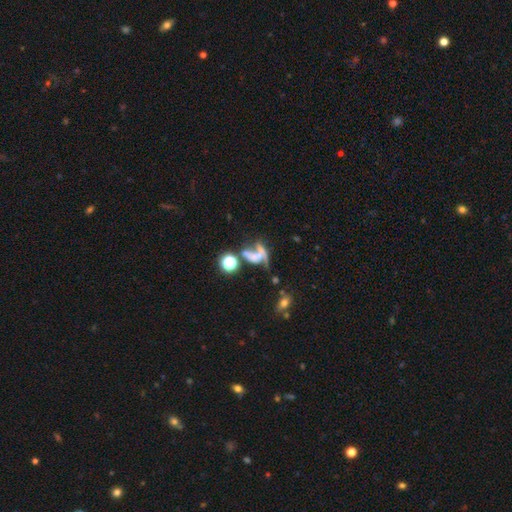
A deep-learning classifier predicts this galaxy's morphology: Overall: featured or disk (48%; smooth 31%). Merging: merger (39%; major disturbance 29%).